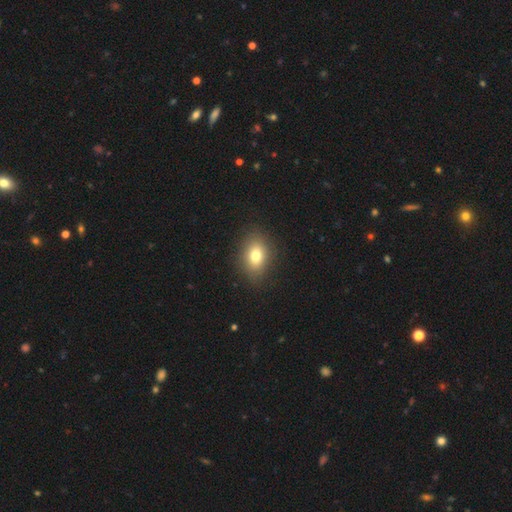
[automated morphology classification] Smooth or featured? Predicted: smooth (p=0.78). How rounded? Predicted: in between (p=0.74). Merging? Predicted: none (p=0.87).